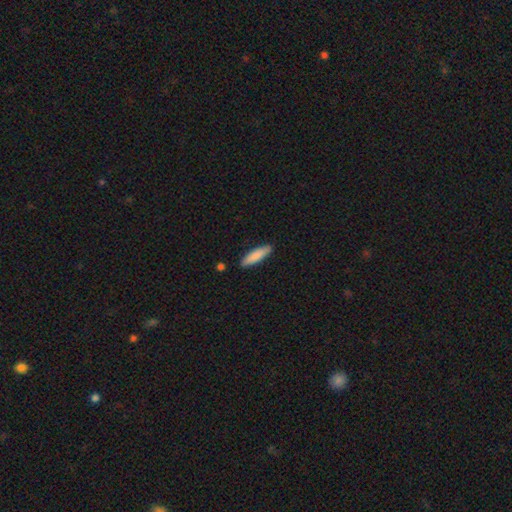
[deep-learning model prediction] smooth 85%, featured or disk 10%, star or artifact 5%. Down the decision tree: how rounded — cigar-shaped (70%); merging — none (88%).